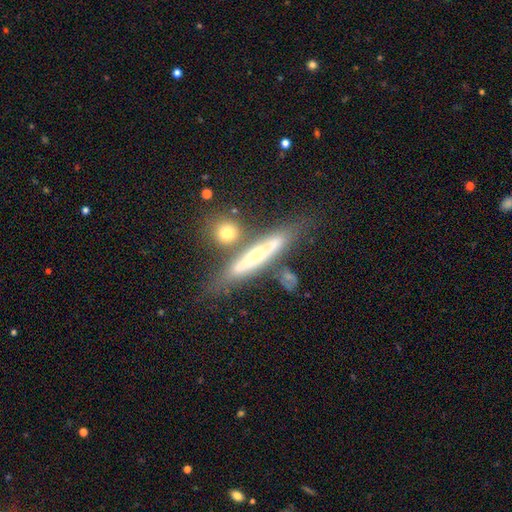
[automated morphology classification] A featured or disk galaxy (57%) viewed edge-on (78%).

Vote fractions:
- Smooth or featured? featured or disk: 57% / smooth: 34% / star or artifact: 8%
- Edge-on disk? yes: 78% / no: 22%
- Merging? none: 62% / minor disturbance: 17% / merger: 15% / major disturbance: 7%